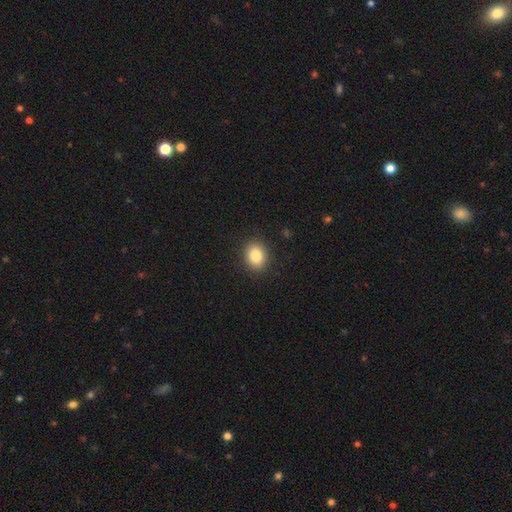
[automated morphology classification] Smooth or featured? smooth (84%)
How rounded? round (50%)
Merging? none (89%)